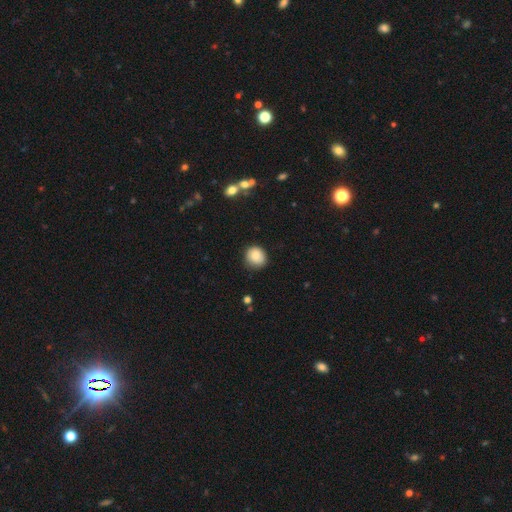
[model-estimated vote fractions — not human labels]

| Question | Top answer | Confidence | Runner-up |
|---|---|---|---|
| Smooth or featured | smooth | 84% | star or artifact (9%) |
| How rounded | round | 81% | in between (18%) |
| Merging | none | 79% | minor disturbance (17%) |